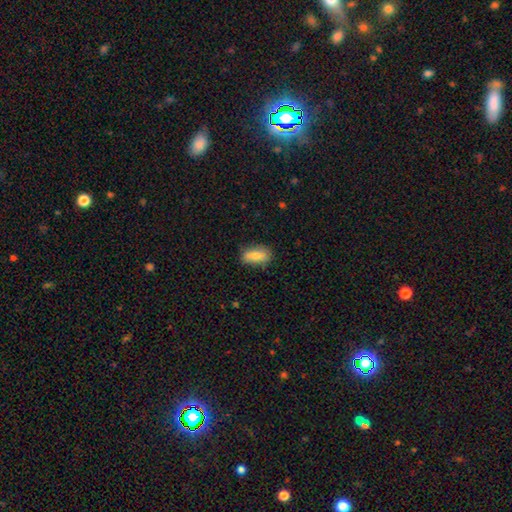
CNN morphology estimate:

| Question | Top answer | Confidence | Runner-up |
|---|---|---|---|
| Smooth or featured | smooth | 78% | featured or disk (15%) |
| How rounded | in between | 83% | cigar-shaped (12%) |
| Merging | none | 78% | minor disturbance (17%) |